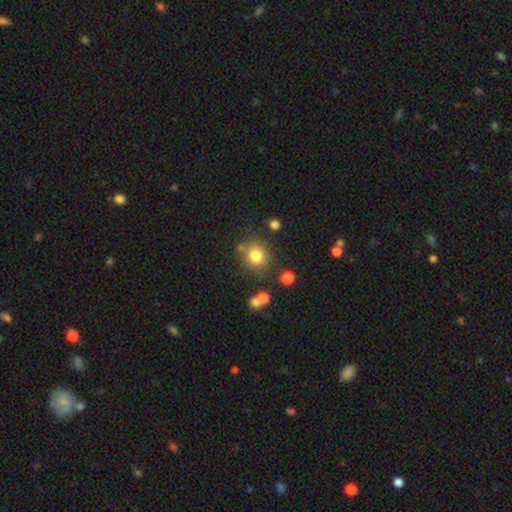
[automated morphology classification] smooth_or_featured: smooth (p=0.80) [alt: star or artifact p=0.12]
how_rounded: round (p=0.84) [alt: in between p=0.15]
merging: none (p=0.77) [alt: minor disturbance p=0.11]